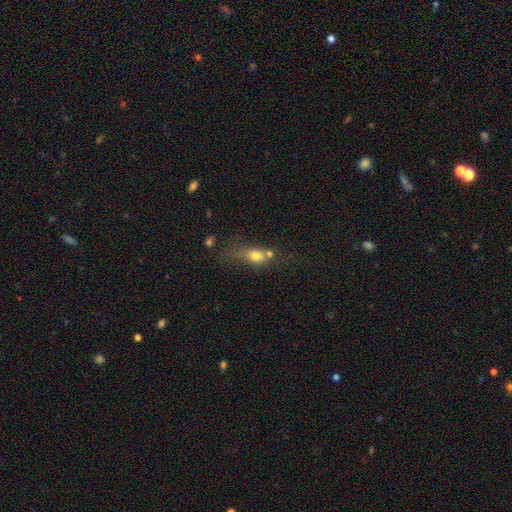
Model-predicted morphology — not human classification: The model was most divided on "merging" (2-way tie): merger: 31%, none: 31%, minor disturbance: 20%, major disturbance: 18%. More confident: smooth or featured — smooth (70%); how rounded — in between (60%).